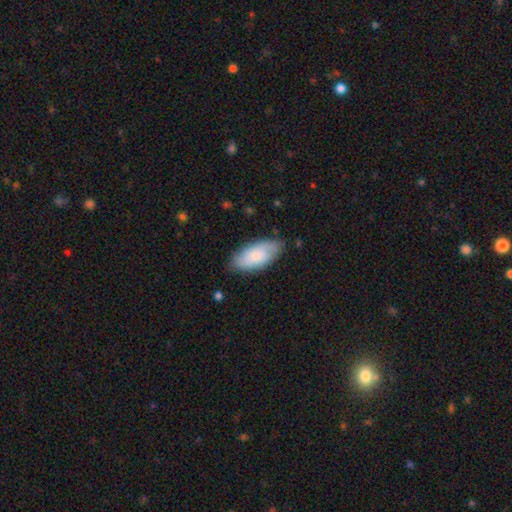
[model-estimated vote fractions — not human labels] Smooth or featured: smooth — 75% (featured or disk — 19%)
How rounded: in between — 90% (cigar-shaped — 8%)
Merging: none — 78% (minor disturbance — 17%)